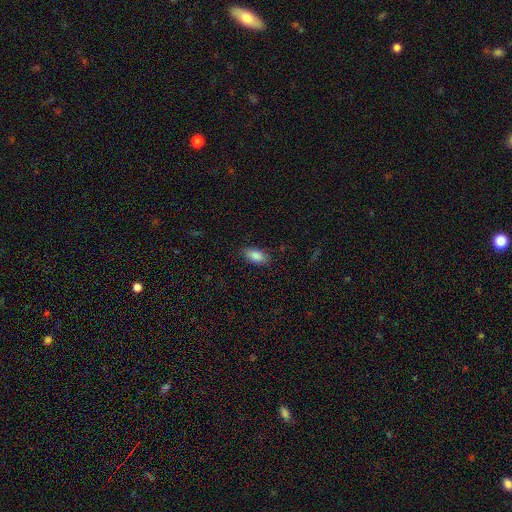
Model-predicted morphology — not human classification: The model was most divided on "merging": none: 83%, minor disturbance: 13%, major disturbance: 3%, merger: 1%. More confident: how rounded — in between (91%); smooth or featured — smooth (88%).